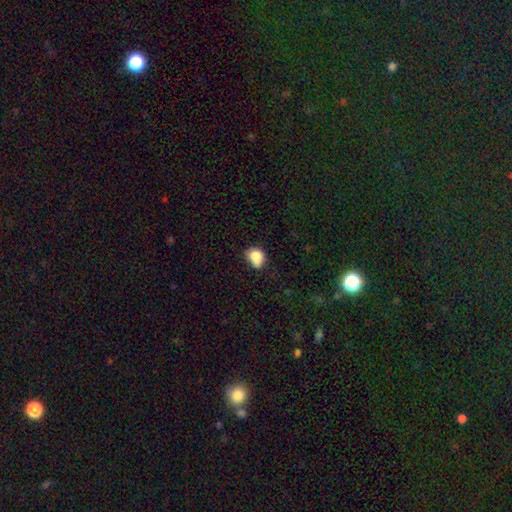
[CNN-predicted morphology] smooth_or_featured: smooth (p=0.82) [alt: star or artifact p=0.10]
how_rounded: in between (p=0.61) [alt: round p=0.38]
merging: none (p=0.43) [alt: minor disturbance p=0.37]